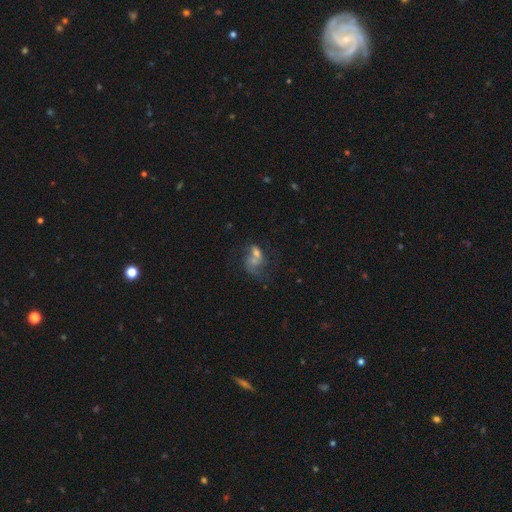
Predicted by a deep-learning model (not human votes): Q: Smooth or featured?
A: smooth (47%); runner-up: featured or disk (40%)
Q: Merging?
A: merger (55%); runner-up: major disturbance (18%)